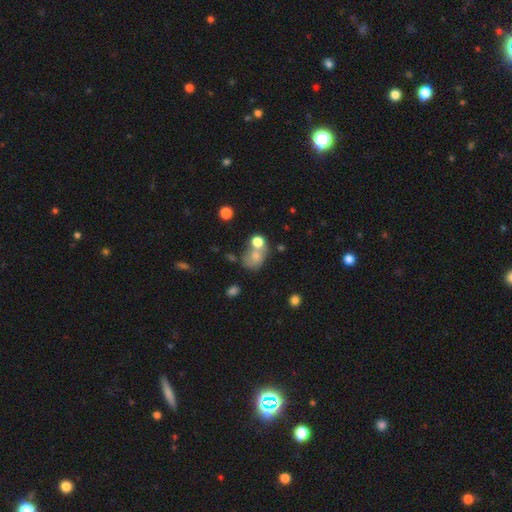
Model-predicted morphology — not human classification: Smooth or featured?
  - smooth: 70% *
  - featured or disk: 16%
  - star or artifact: 13%
How rounded?
  - round: 52% *
  - in between: 47%
  - cigar-shaped: 1%
Merging?
  - merger: 44% *
  - none: 31%
  - minor disturbance: 14%
  - major disturbance: 11%